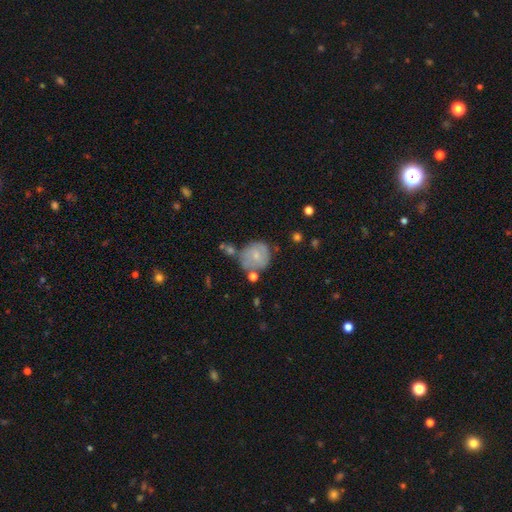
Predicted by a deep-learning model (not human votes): A smooth galaxy with no disk features (59%) that is round (82%). Merging: none (53%).